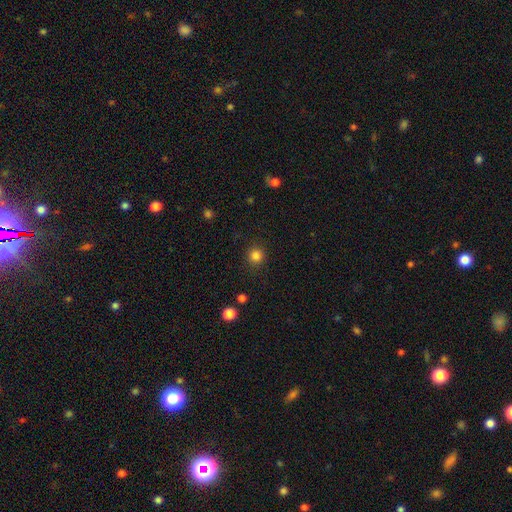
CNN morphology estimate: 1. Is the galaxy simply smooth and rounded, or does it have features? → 84% smooth, 12% star or artifact, 4% featured or disk.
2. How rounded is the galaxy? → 93% round, 6% in between, 1% cigar-shaped.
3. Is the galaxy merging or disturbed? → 90% none, 6% minor disturbance, 2% major disturbance, 1% merger.